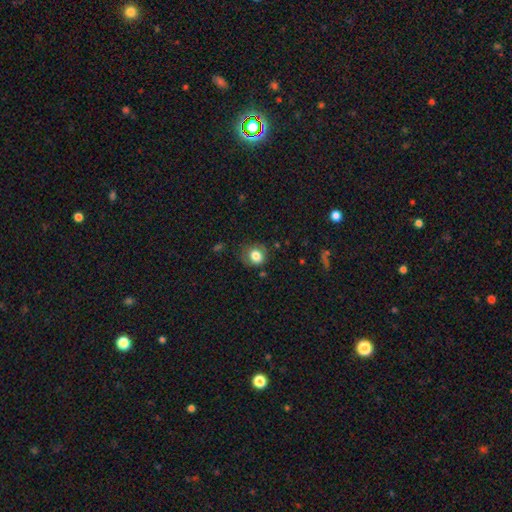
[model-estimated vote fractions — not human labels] smooth_or_featured: smooth (p=0.80) [alt: featured or disk p=0.11]
how_rounded: round (p=0.74) [alt: in between p=0.25]
merging: none (p=0.68) [alt: minor disturbance p=0.22]